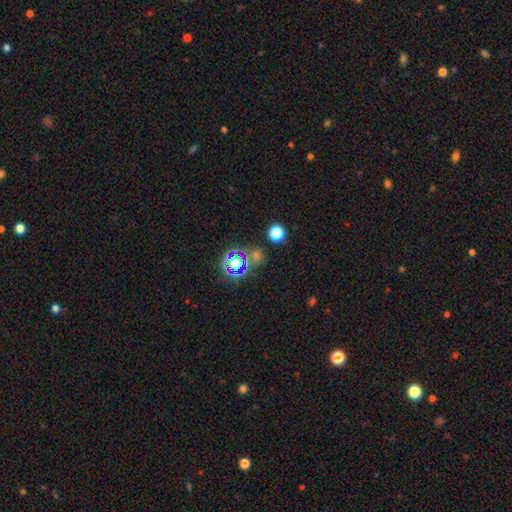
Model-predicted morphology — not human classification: Smooth or featured: star or artifact — 58% (smooth — 34%)